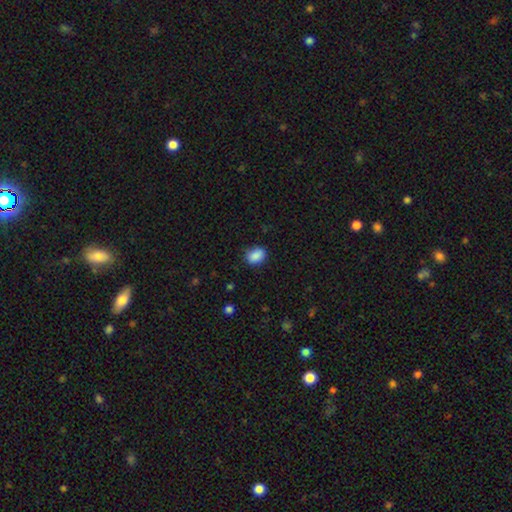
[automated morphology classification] Smooth or featured? smooth (88%)
How rounded? in between (67%)
Merging? none (78%)